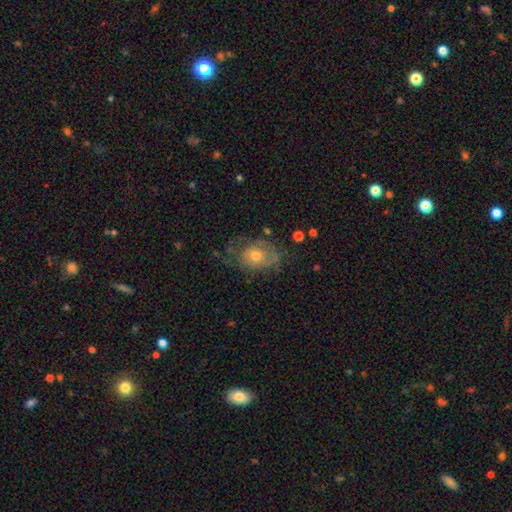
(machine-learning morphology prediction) This is possibly a smooth galaxy (46%). Merging: possibly none (49%).